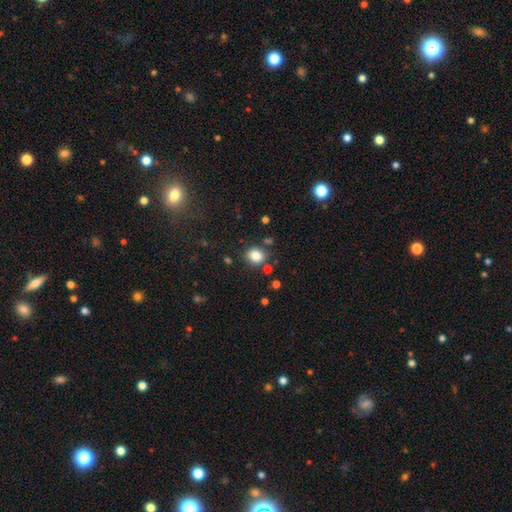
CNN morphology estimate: This is clearly a smooth galaxy (83%). How rounded: likely round (71%). Merging: clearly none (80%).